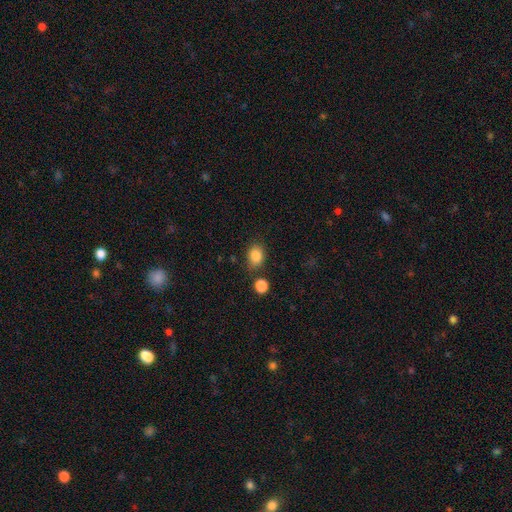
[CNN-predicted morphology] This appears to be a smooth galaxy with no disk features (85%) that is in between round and cigar-shaped (57%). Merging: none (72%).